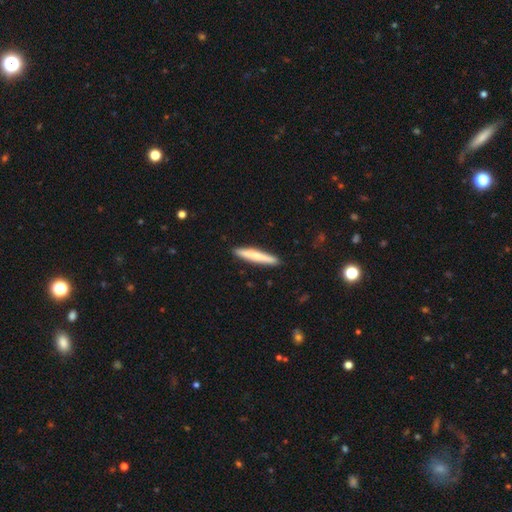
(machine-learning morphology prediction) smooth 70%, featured or disk 25%, star or artifact 5%. Down the decision tree: how rounded — cigar-shaped (94%); merging — none (90%).